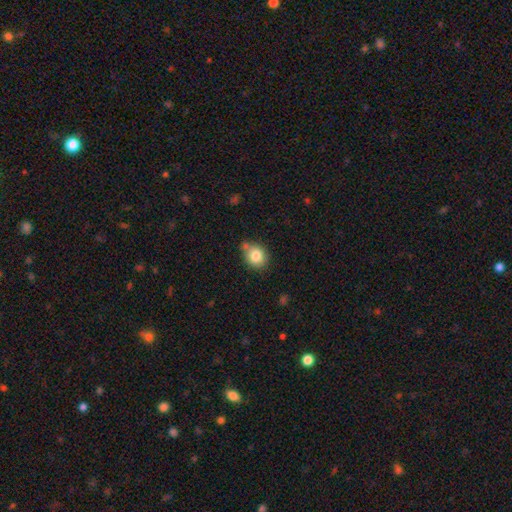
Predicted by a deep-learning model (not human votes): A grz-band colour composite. It shows a smooth galaxy with no disk features (81%) that is round (66%). Merging: none (62%).